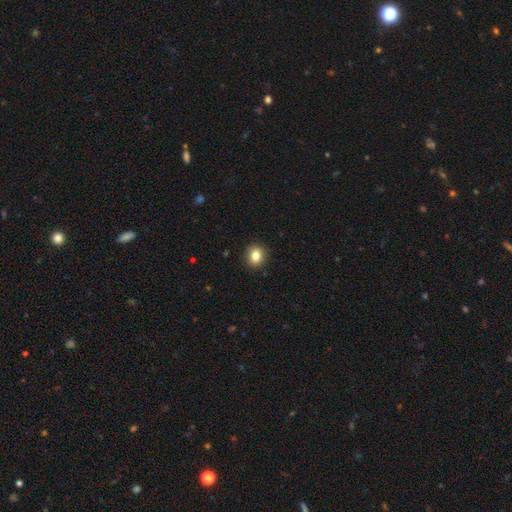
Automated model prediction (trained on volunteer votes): The model was most divided on "how rounded": round: 65%, in between: 33%, cigar-shaped: 1%. More confident: merging — none (90%); smooth or featured — smooth (84%).